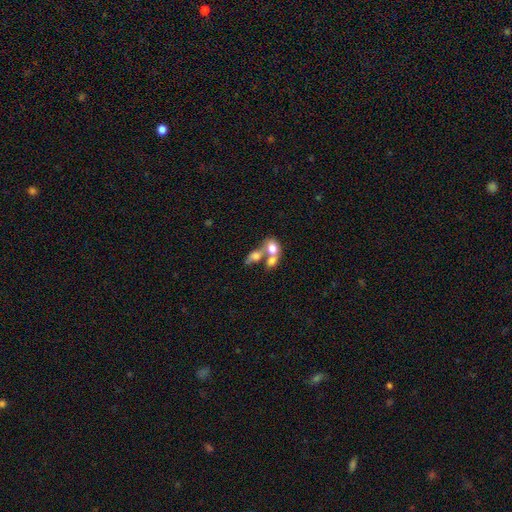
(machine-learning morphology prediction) Smooth or featured? smooth (66%)
How rounded? in between (69%)
Merging? merger (66%)